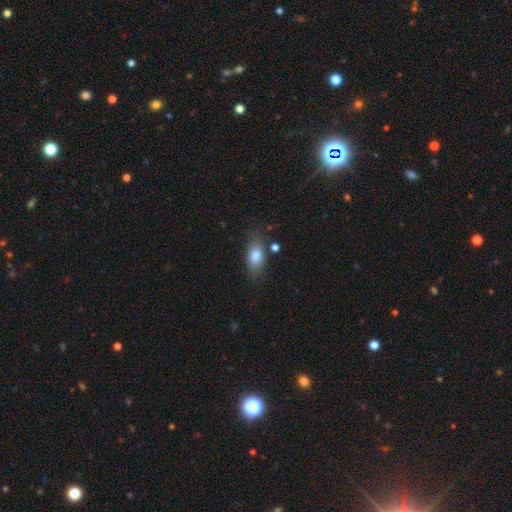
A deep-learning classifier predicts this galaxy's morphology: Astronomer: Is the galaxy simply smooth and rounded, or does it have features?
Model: smooth — 82%.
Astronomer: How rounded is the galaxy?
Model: in between — 85%.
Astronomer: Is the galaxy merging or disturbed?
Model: none — 74%.